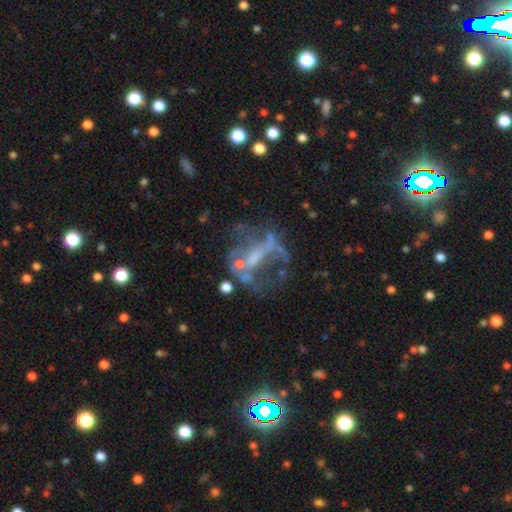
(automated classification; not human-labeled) smooth-or-featured: featured or disk: 67% | star or artifact: 17% | smooth: 16%
  disk-edge-on: no: 93% | yes: 7%
    bar: no: 45% | weak: 28% | strong: 27%
    has-spiral-arms: no: 68% | yes: 32%
    bulge-size: none: 47% | small: 28% | moderate: 20% | large: 3% | dominant: 1%
  merging: none: 37% | major disturbance: 35% | minor disturbance: 15% | merger: 13%